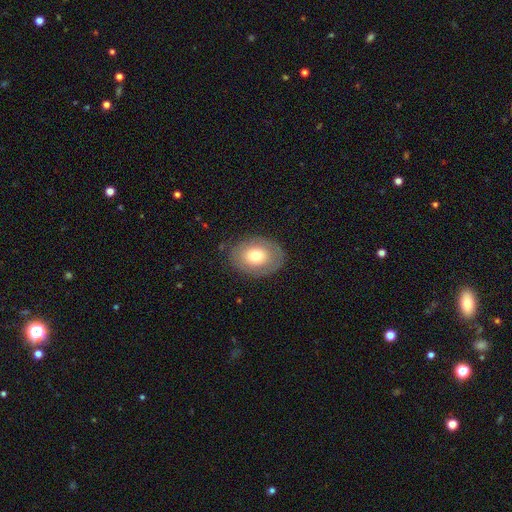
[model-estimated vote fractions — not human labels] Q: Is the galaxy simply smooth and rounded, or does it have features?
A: smooth — 67%.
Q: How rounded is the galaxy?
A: in between — 73%.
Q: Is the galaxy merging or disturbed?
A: none — 82%.